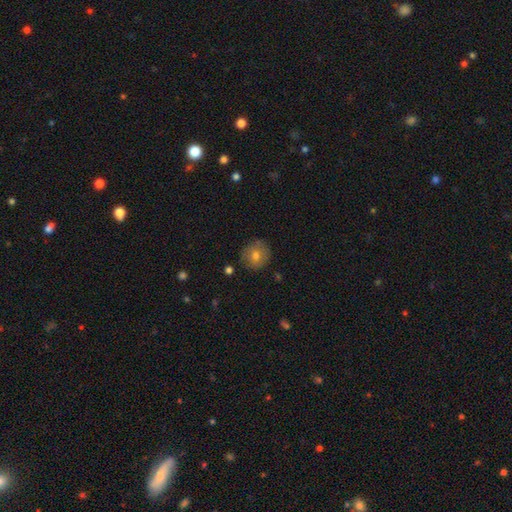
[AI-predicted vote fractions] smooth 75%, featured or disk 15%, star or artifact 9%. Down the decision tree: how rounded — round (87%); merging — none (84%).